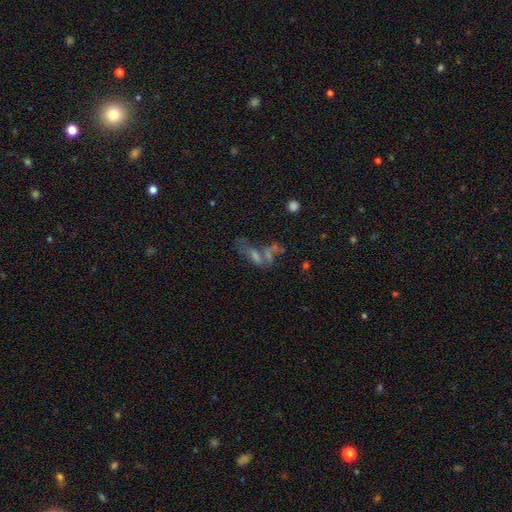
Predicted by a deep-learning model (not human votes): A featured or disk galaxy (40%).

Vote fractions:
- Smooth or featured? featured or disk: 40% / smooth: 32% / star or artifact: 28%
- Merging? merger: 34% / none: 29% / major disturbance: 24% / minor disturbance: 13%